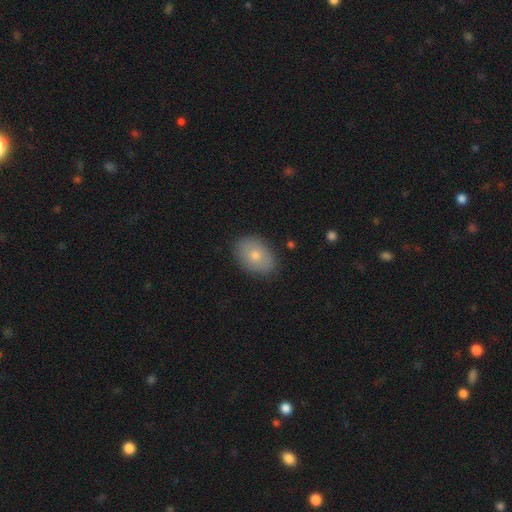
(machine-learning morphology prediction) smooth-or-featured: smooth: 73% | featured or disk: 19% | star or artifact: 8%
  how-rounded: in between: 78% | round: 21% | cigar-shaped: 1%
  merging: none: 85% | minor disturbance: 11% | major disturbance: 3% | merger: 1%